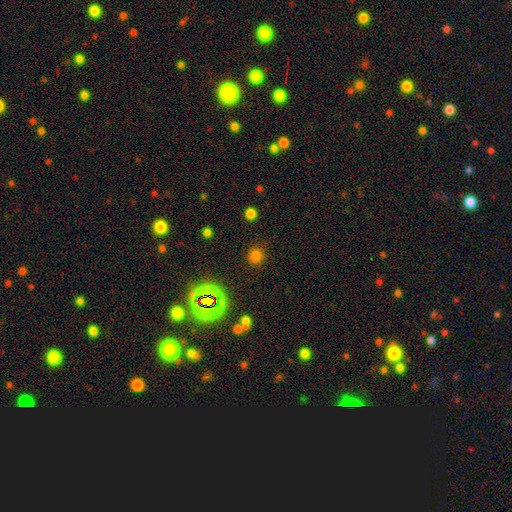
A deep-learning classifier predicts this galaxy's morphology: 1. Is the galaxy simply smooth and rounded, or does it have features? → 71% smooth, 24% star or artifact, 5% featured or disk.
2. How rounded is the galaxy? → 89% round, 10% in between, 1% cigar-shaped.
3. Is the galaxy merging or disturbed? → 87% none, 8% minor disturbance, 3% major disturbance, 2% merger.